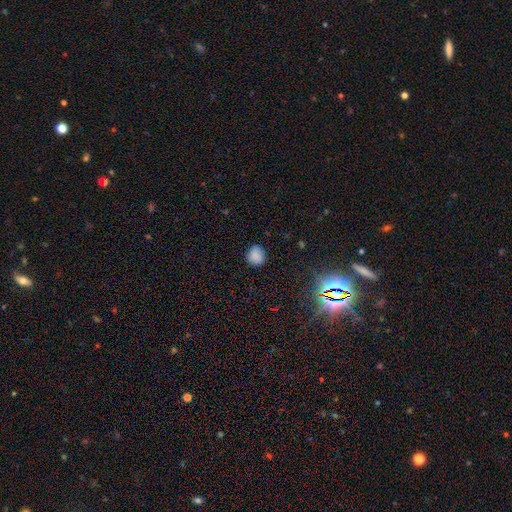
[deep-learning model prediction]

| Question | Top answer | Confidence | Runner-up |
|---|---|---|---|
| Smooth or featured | smooth | 81% | star or artifact (12%) |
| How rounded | round | 83% | in between (16%) |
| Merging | none | 84% | minor disturbance (12%) |